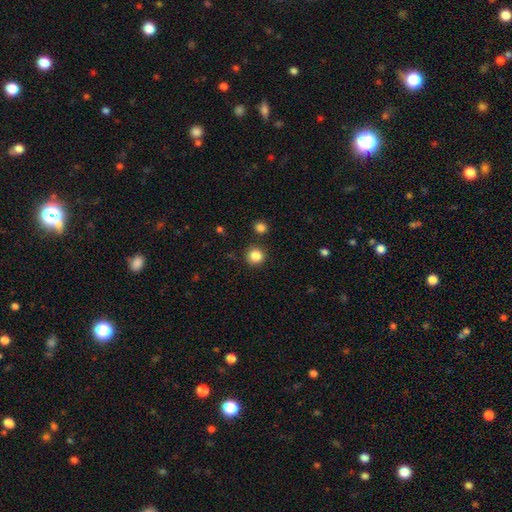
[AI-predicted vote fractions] smooth 85%, star or artifact 11%, featured or disk 4%. Down the decision tree: how rounded — round (93%); merging — none (89%).